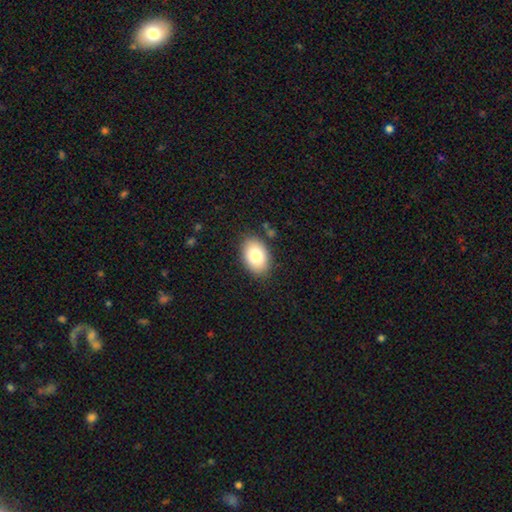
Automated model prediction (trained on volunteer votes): The model was most divided on "smooth or featured": smooth: 81%, featured or disk: 11%, star or artifact: 7%. More confident: how rounded — in between (88%); merging — none (86%).